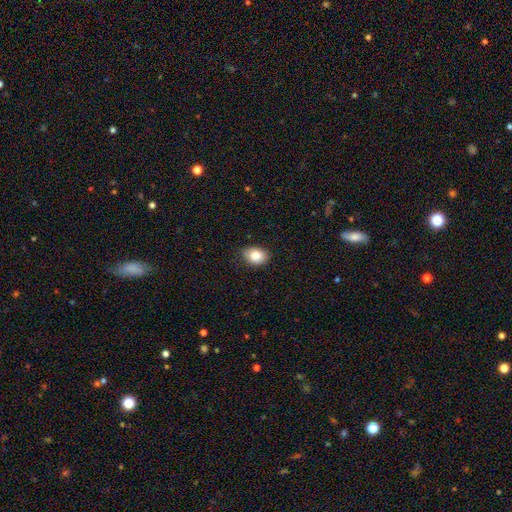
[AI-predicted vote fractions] The model was most divided on "how rounded": in between: 73%, round: 26%, cigar-shaped: 1%. More confident: smooth or featured — smooth (86%); merging — none (78%).